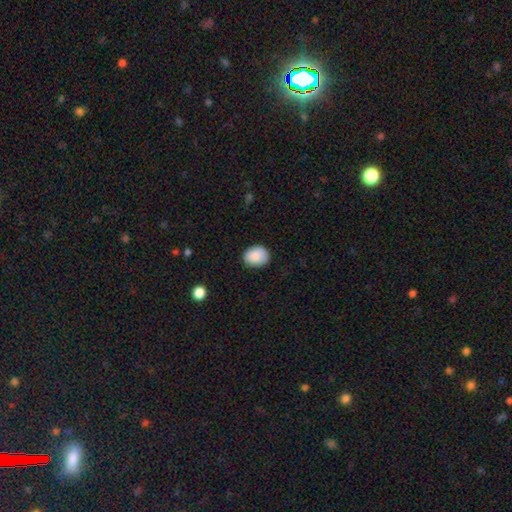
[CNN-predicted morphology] Smooth or featured? Predicted: smooth (p=0.89). How rounded? Predicted: in between (p=0.57). Merging? Predicted: none (p=0.83).